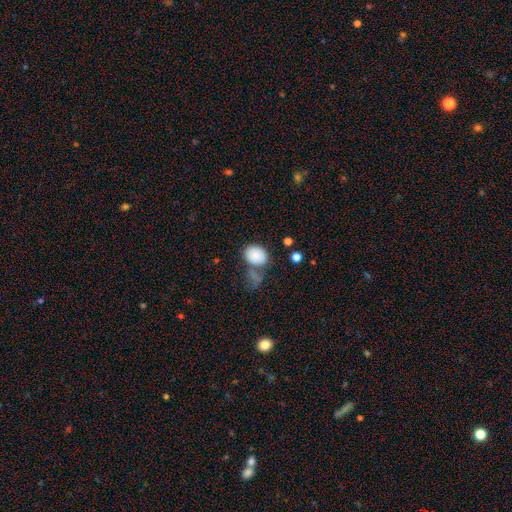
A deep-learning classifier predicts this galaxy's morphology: smooth_or_featured: smooth (p=0.85) [alt: star or artifact p=0.09]
how_rounded: in between (p=0.54) [alt: round p=0.45]
merging: none (p=0.55) [alt: minor disturbance p=0.19]